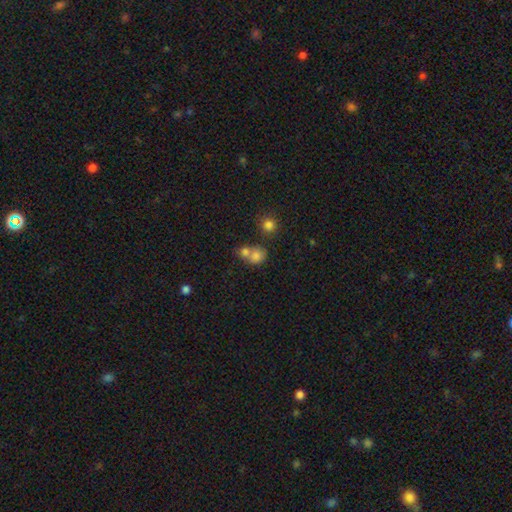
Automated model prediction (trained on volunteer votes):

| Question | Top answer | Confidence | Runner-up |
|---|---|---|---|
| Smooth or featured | smooth | 76% | star or artifact (13%) |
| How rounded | round | 70% | in between (29%) |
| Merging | merger | 53% | none (34%) |